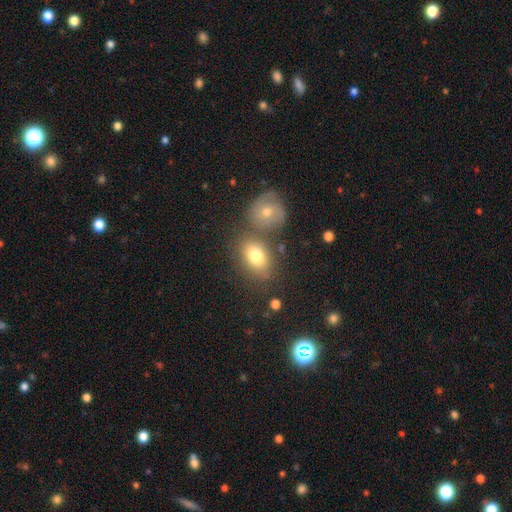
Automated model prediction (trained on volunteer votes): A smooth galaxy with no disk features (75%) that is in between round and cigar-shaped (77%). Merging: none (60%).